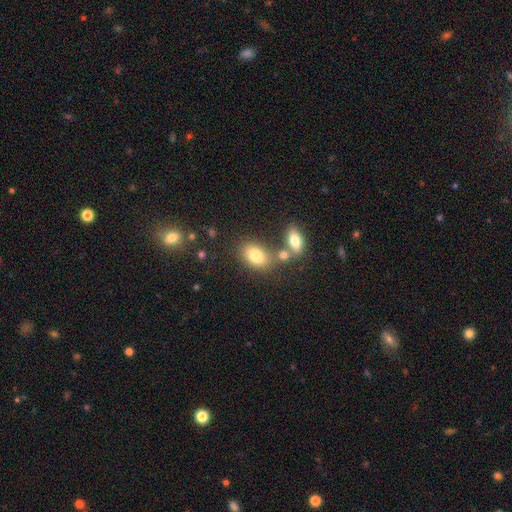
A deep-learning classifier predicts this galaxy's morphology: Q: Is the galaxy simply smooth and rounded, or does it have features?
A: smooth — 78%.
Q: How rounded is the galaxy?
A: in between — 82%.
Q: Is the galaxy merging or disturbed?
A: none — 57%.